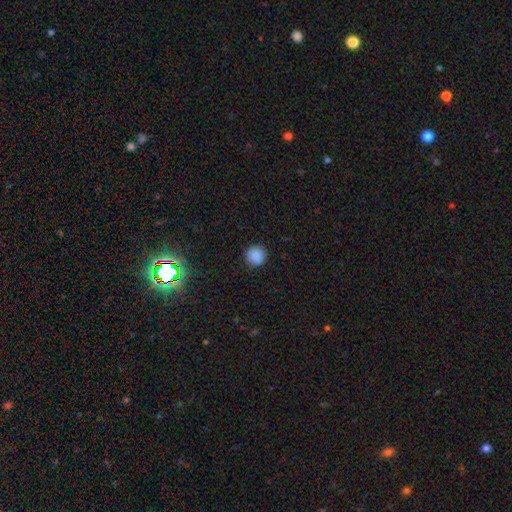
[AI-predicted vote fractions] A smooth galaxy with no disk features (88%) that is round (95%).

Vote fractions:
- Smooth or featured? smooth: 88% / star or artifact: 10% / featured or disk: 3%
- How rounded? round: 95% / in between: 4% / cigar-shaped: 1%
- Merging? none: 92% / minor disturbance: 5% / major disturbance: 2% / merger: 1%